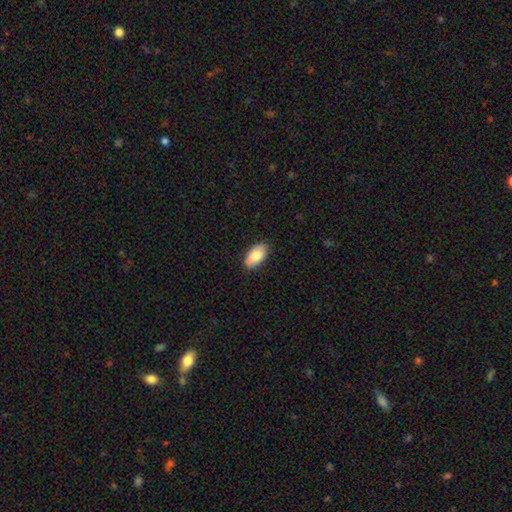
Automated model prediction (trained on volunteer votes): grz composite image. It shows a smooth galaxy with no disk features (82%) that is in between round and cigar-shaped (94%). Merging: none (83%).